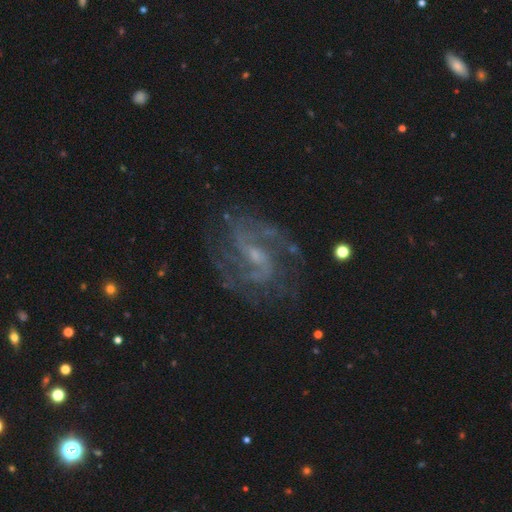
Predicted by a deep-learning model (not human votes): A featured or disk galaxy (89%) with a weak bar (56%), 2 (72%) medium (55%) spiral arms (97%) and a small central bulge (65%). Merging: none (73%).